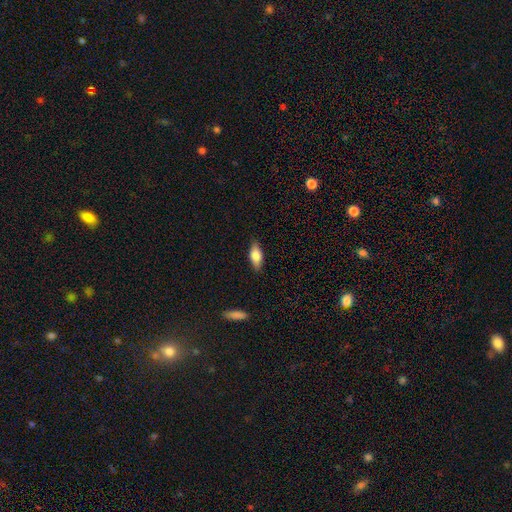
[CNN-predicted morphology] smooth 73%, featured or disk 20%, star or artifact 7%. Down the decision tree: how rounded — in between (78%); merging — none (86%).